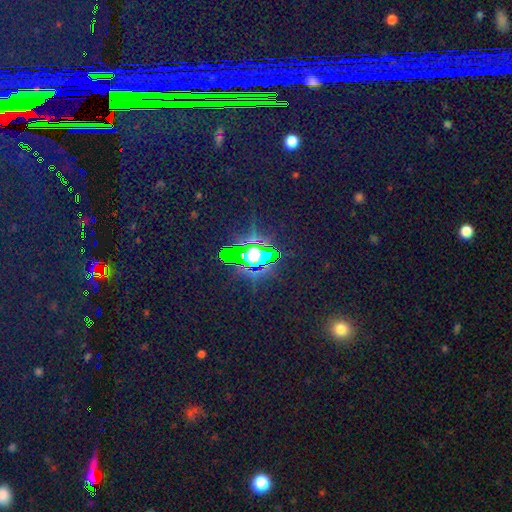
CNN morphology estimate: Smooth or featured? Predicted: star or artifact (p=0.73).